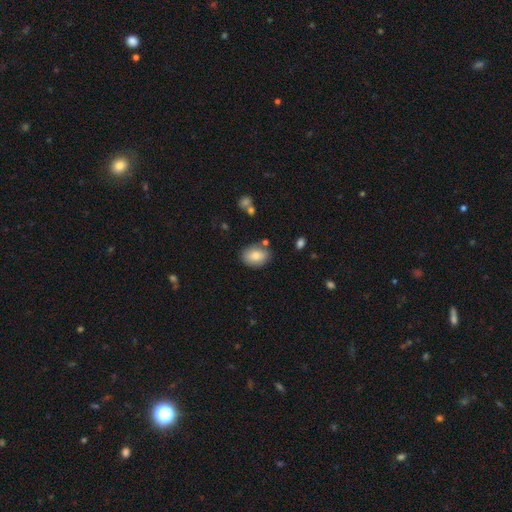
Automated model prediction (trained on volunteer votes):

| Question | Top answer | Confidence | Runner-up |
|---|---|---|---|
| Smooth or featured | smooth | 82% | featured or disk (11%) |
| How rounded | in between | 77% | round (22%) |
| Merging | none | 77% | minor disturbance (15%) |